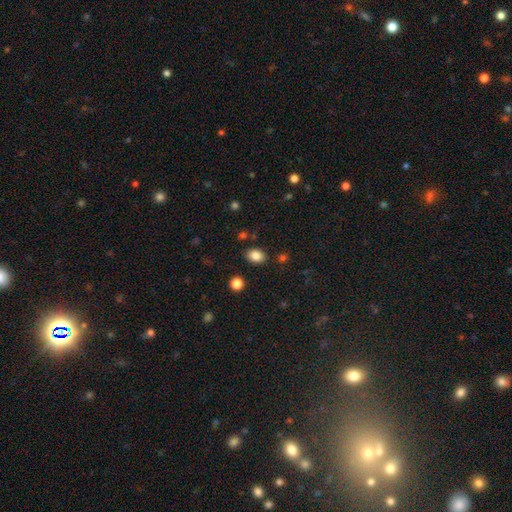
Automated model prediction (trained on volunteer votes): Smooth or featured? Predicted: smooth (p=0.84). How rounded? Predicted: in between (p=0.72). Merging? Predicted: none (p=0.85).